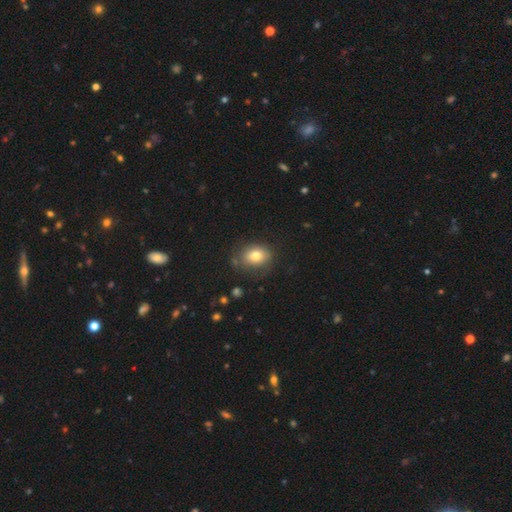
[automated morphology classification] smooth 77%, featured or disk 13%, star or artifact 10%. Down the decision tree: how rounded — in between (59%); merging — none (72%).